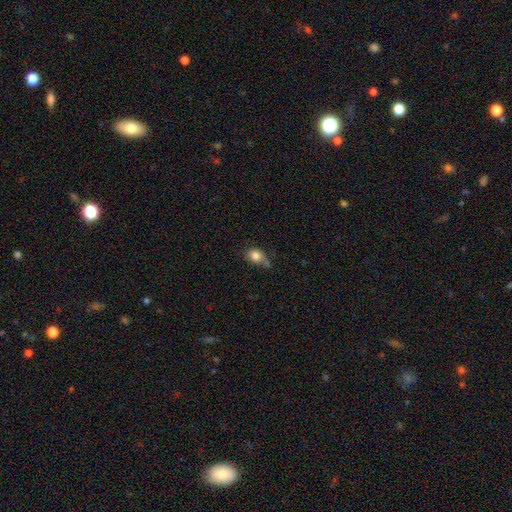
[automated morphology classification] smooth_or_featured: smooth (p=0.81) [alt: star or artifact p=0.10]
how_rounded: in between (p=0.52) [alt: round p=0.46]
merging: none (p=0.51) [alt: minor disturbance p=0.31]